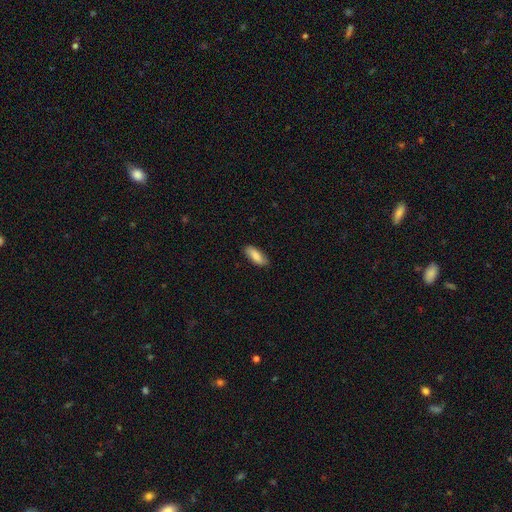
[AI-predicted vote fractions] Smooth or featured? smooth (85%)
How rounded? in between (73%)
Merging? none (85%)